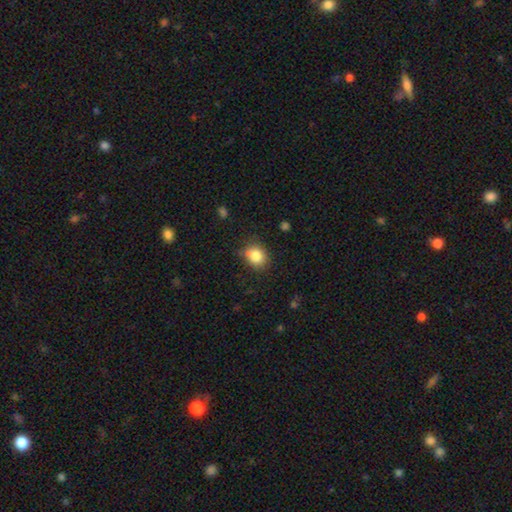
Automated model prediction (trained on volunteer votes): Morphology: type=smooth (84%); roundness=round (58%); merging=none (75%).